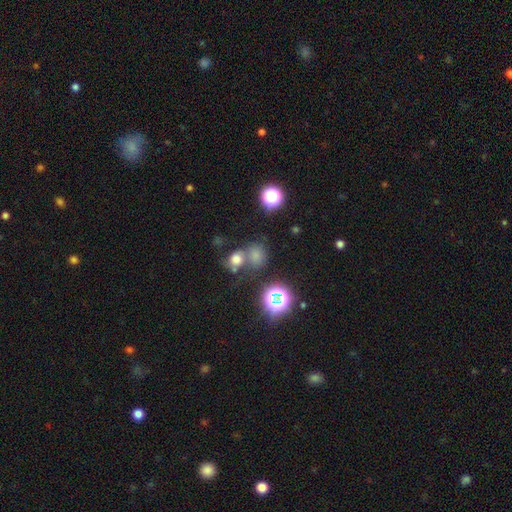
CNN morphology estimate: Smooth or featured?
  - smooth: 64% *
  - star or artifact: 27%
  - featured or disk: 9%
How rounded?
  - round: 69% *
  - in between: 29%
  - cigar-shaped: 1%
Merging?
  - none: 49% *
  - merger: 35%
  - minor disturbance: 10%
  - major disturbance: 5%